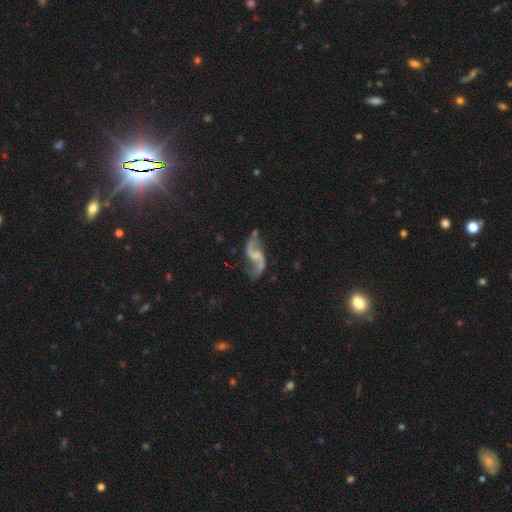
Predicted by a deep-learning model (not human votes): featured or disk 88%, smooth 7%, star or artifact 5%. Down the decision tree: edge-on disk — no (97%); bar — weak (46%); spiral arms — yes (96%); spiral arm count — 2 (93%); spiral winding — loose (80%); bulge size — none (48%); merging — none (68%).